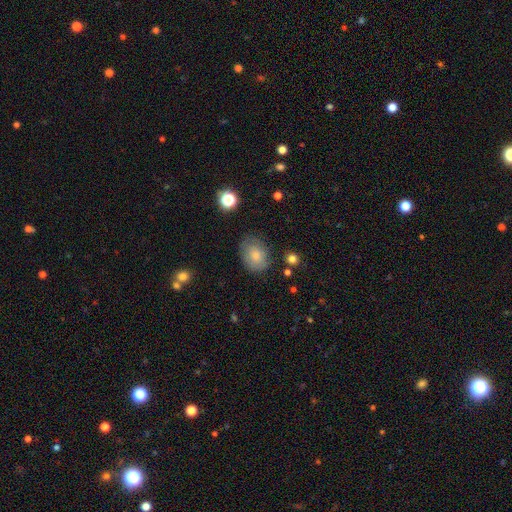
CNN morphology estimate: smooth_or_featured: smooth (p=0.72) [alt: featured or disk p=0.19]
how_rounded: in between (p=0.66) [alt: round p=0.33]
merging: none (p=0.71) [alt: minor disturbance p=0.21]